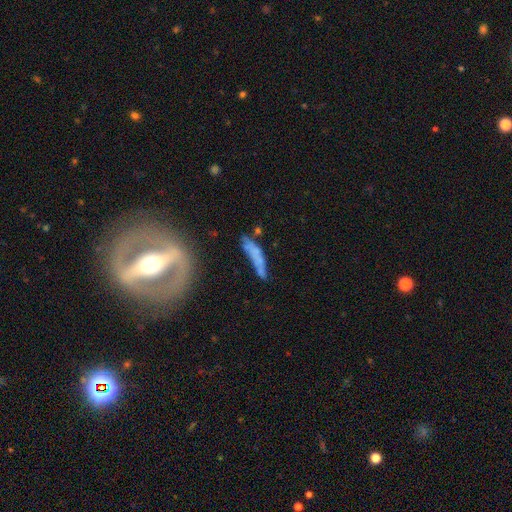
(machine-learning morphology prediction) Smooth or featured? Predicted: smooth (p=0.51). How rounded? Predicted: cigar-shaped (p=0.79). Merging? Predicted: none (p=0.48).